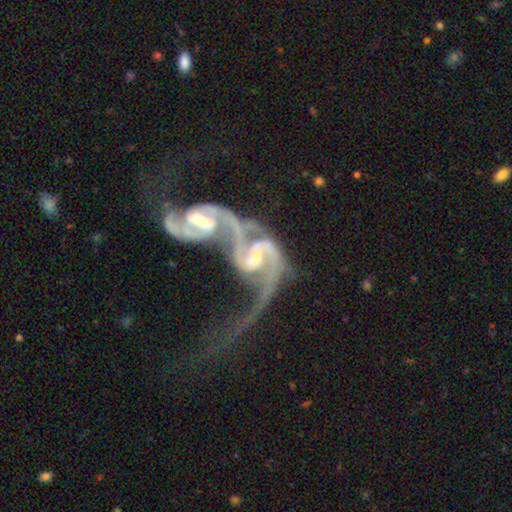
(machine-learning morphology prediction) Smooth or featured? Predicted: featured or disk (p=0.91). Edge-on disk? Predicted: no (p=0.97). Bar? Predicted: weak (p=0.44). Spiral arms? Predicted: yes (p=0.96). Spiral winding? Predicted: loose (p=0.46). Spiral arm count? Predicted: 2 (p=0.85). Bulge size? Predicted: small (p=0.48). Merging? Predicted: merger (p=0.80).